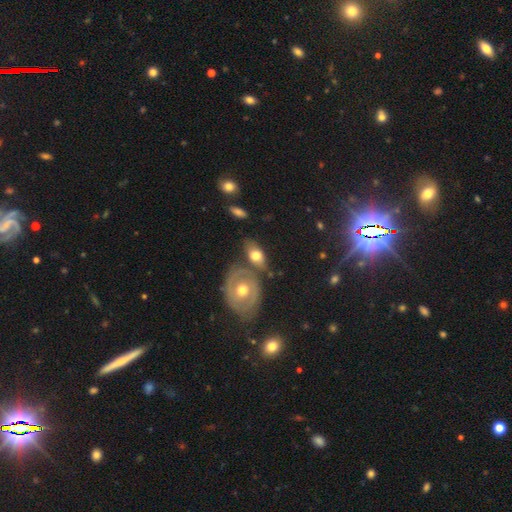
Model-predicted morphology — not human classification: This is possibly a smooth galaxy (59%). How rounded: clearly in between (86%). Merging: possibly none (55%).